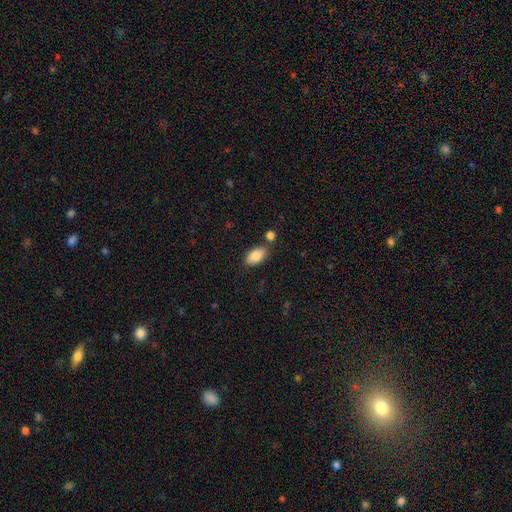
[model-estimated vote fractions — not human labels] Smooth or featured? smooth (85%)
How rounded? in between (93%)
Merging? none (75%)